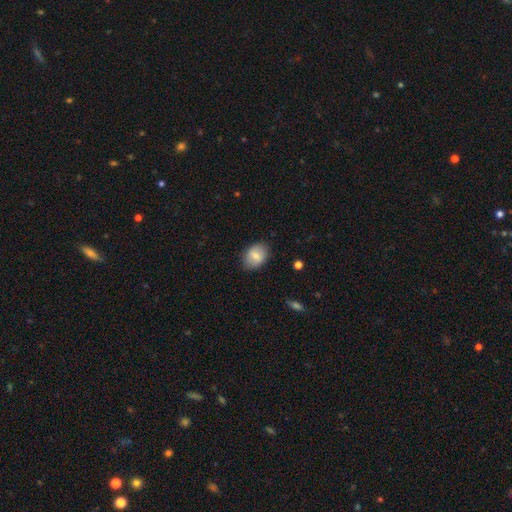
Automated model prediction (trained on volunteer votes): Morphology: type=smooth (75%); roundness=in between (72%); merging=none (83%).